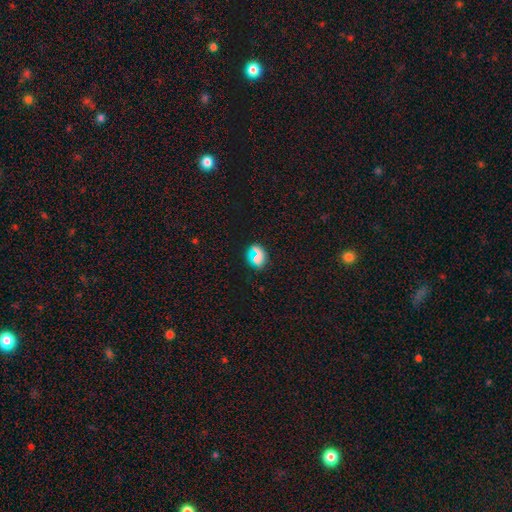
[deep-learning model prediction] Smooth or featured? Predicted: smooth (p=0.62). How rounded? Predicted: round (p=0.71). Merging? Predicted: none (p=0.81).